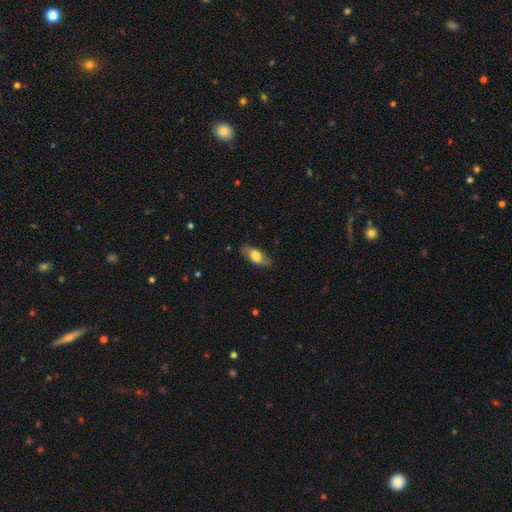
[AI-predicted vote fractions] Smooth or featured? Predicted: smooth (p=0.61). How rounded? Predicted: in between (p=0.83). Merging? Predicted: none (p=0.79).